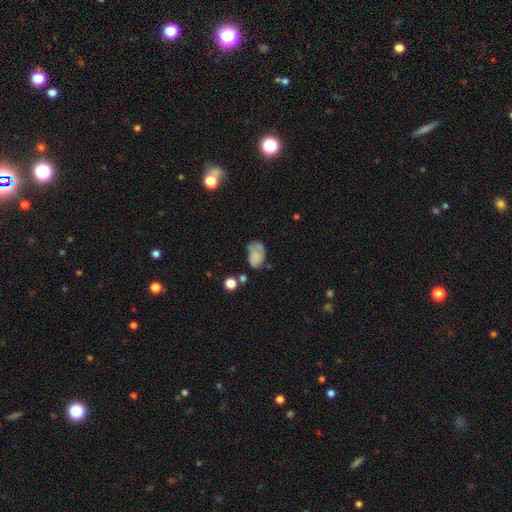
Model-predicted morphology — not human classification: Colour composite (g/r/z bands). It shows a smooth galaxy with no disk features (64%) that is in between round and cigar-shaped (86%). Merging: none (42%).